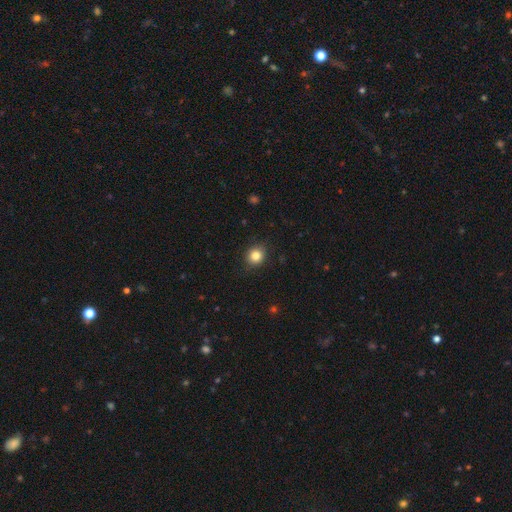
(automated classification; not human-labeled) smooth 83%, star or artifact 11%, featured or disk 6%. Down the decision tree: how rounded — round (81%); merging — none (88%).